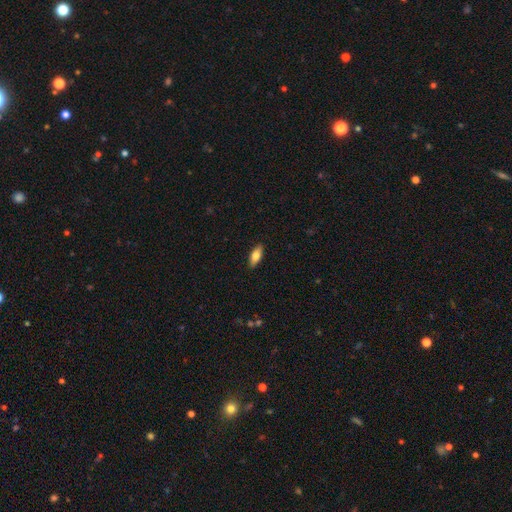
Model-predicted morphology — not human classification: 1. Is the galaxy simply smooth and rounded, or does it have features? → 78% smooth, 16% featured or disk, 6% star or artifact.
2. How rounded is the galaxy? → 79% in between, 19% cigar-shaped, 2% round.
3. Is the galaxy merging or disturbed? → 89% none, 8% minor disturbance, 2% major disturbance, 1% merger.